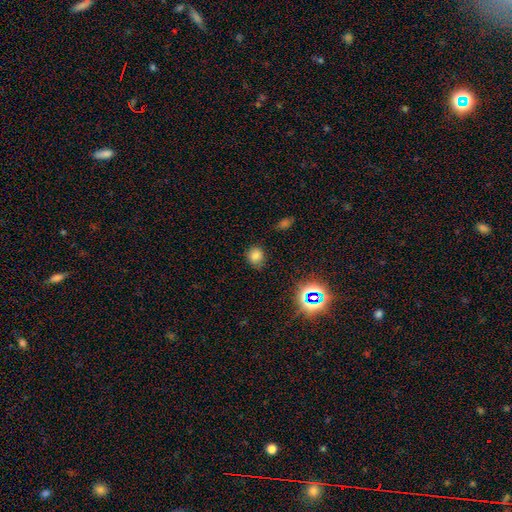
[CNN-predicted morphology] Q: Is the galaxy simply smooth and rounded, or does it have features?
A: smooth — 75%.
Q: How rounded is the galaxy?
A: round — 76%.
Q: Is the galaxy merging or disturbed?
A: none — 79%.